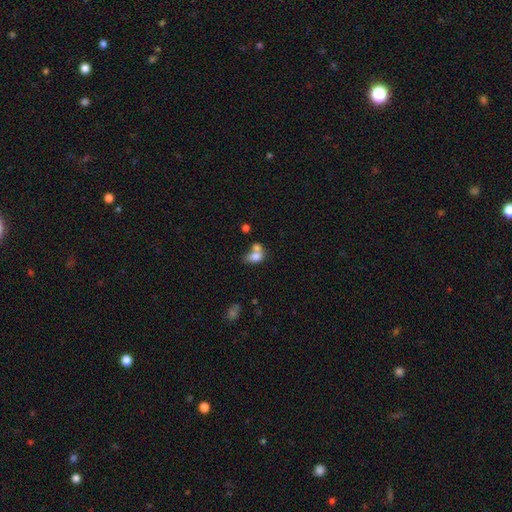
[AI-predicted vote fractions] A smooth galaxy with no disk features (75%) that is in between round and cigar-shaped (74%).

Vote fractions:
- Smooth or featured? smooth: 75% / featured or disk: 15% / star or artifact: 10%
- How rounded? in between: 74% / round: 24% / cigar-shaped: 2%
- Merging? merger: 55% / none: 26% / minor disturbance: 11% / major disturbance: 7%